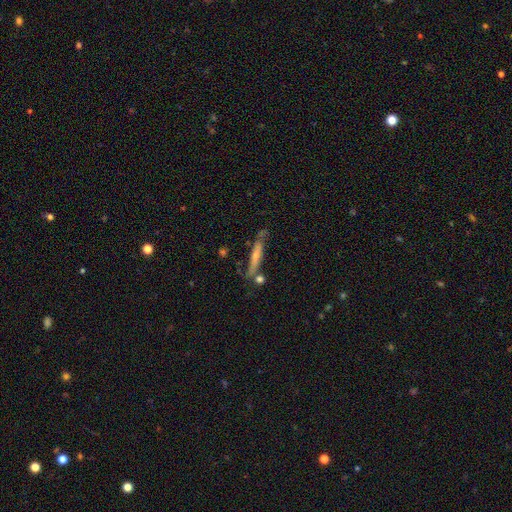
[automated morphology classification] featured or disk 63%, smooth 29%, star or artifact 8%. Down the decision tree: edge-on disk — yes (84%); edge-on bulge — rounded (60%); merging — none (69%).